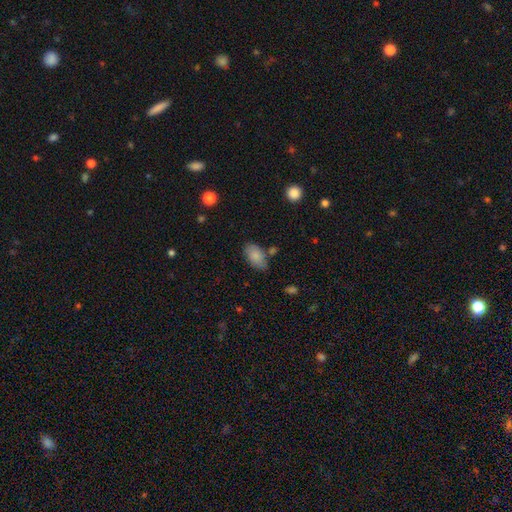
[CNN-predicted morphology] This is clearly a smooth galaxy (84%). How rounded: clearly in between (94%). Merging: likely none (71%).